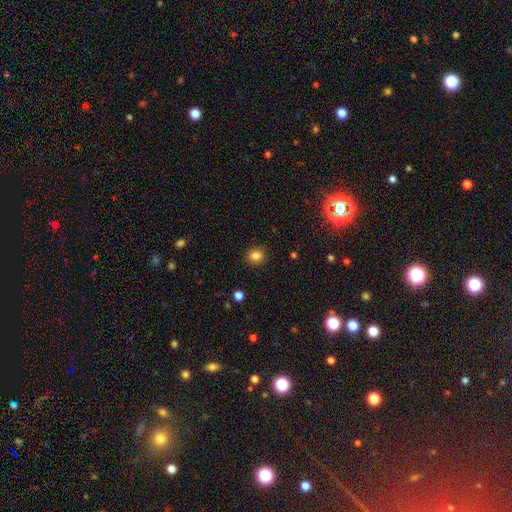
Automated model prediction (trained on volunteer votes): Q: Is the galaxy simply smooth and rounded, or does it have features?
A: smooth — 83%.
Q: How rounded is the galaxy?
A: round — 72%.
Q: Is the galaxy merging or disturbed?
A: none — 90%.